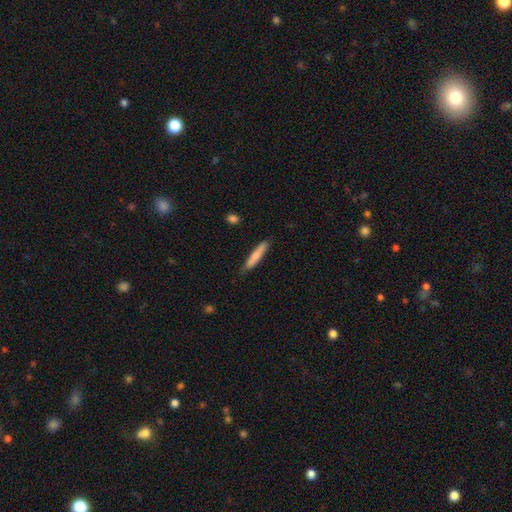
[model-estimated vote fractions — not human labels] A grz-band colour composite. It shows a smooth galaxy with no disk features (72%) that is cigar-shaped (91%). Merging: none (82%).